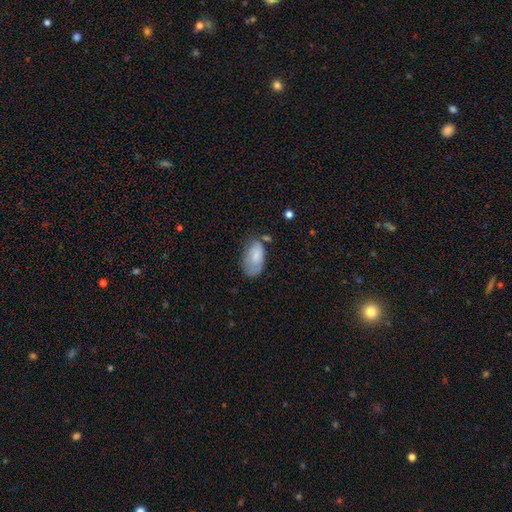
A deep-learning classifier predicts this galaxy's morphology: The model was most divided on "merging": none: 47%, minor disturbance: 35%, major disturbance: 13%, merger: 6%. More confident: how rounded — in between (94%); smooth or featured — smooth (78%).